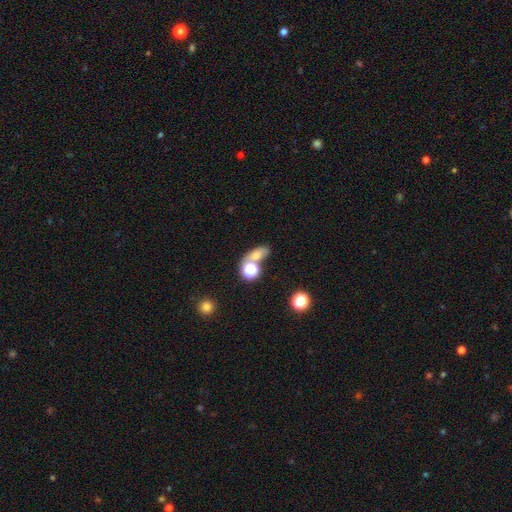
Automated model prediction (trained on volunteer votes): Smooth or featured: smooth — 65% (star or artifact — 22%)
How rounded: in between — 60% (round — 33%)
Merging: none — 45% (merger — 33%)